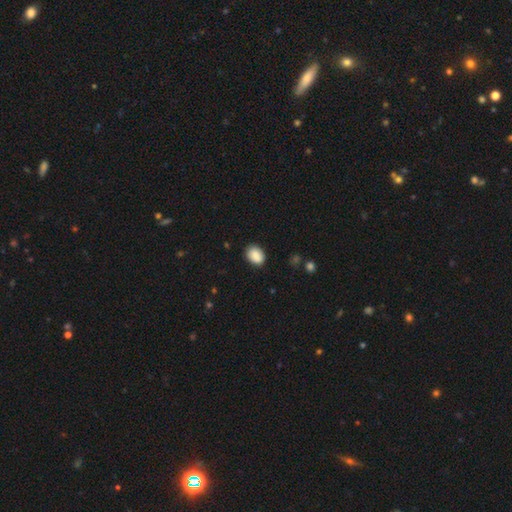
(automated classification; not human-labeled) Q: Smooth or featured?
A: smooth (88%); runner-up: star or artifact (7%)
Q: How rounded?
A: in between (70%); runner-up: round (29%)
Q: Merging?
A: none (84%); runner-up: minor disturbance (12%)